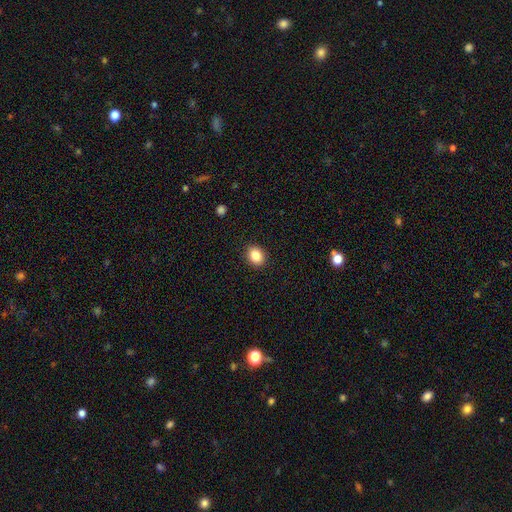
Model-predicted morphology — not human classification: type=smooth (85%); roundness=in between (51%); merging=none (90%).